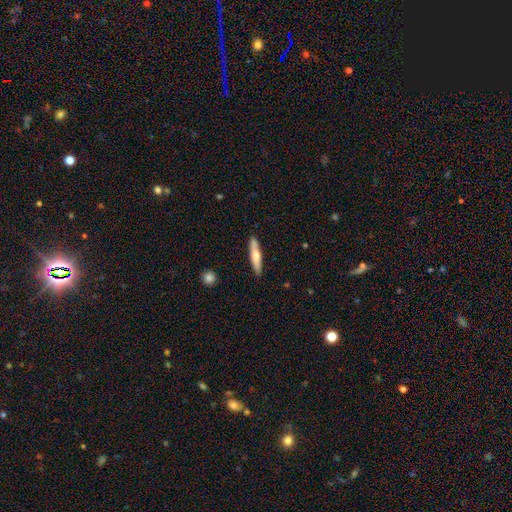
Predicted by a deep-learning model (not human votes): A smooth galaxy with no disk features (61%) that is cigar-shaped (87%).

Vote fractions:
- Smooth or featured? smooth: 61% / featured or disk: 34% / star or artifact: 5%
- How rounded? cigar-shaped: 87% / in between: 11% / round: 2%
- Merging? none: 87% / minor disturbance: 10% / merger: 2% / major disturbance: 2%